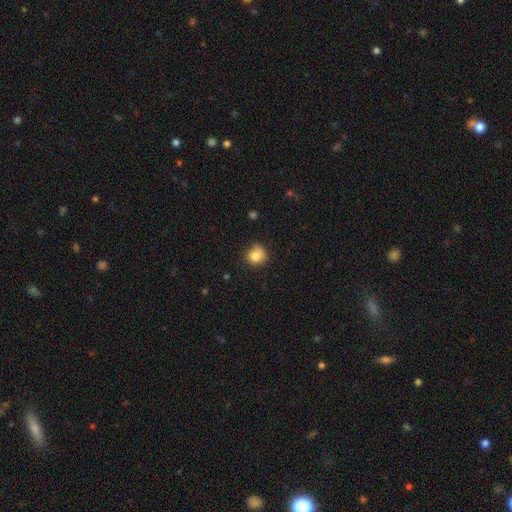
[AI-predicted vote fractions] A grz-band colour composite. It shows a smooth galaxy with no disk features (82%) that is round (86%). Merging: none (67%).